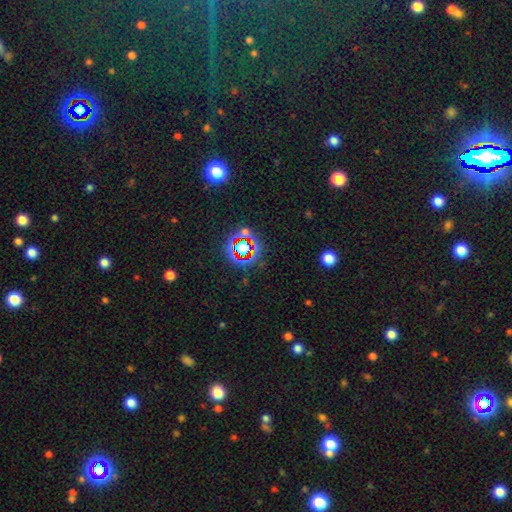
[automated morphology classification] This appears to be a star or artifact, not a galaxy (77%).